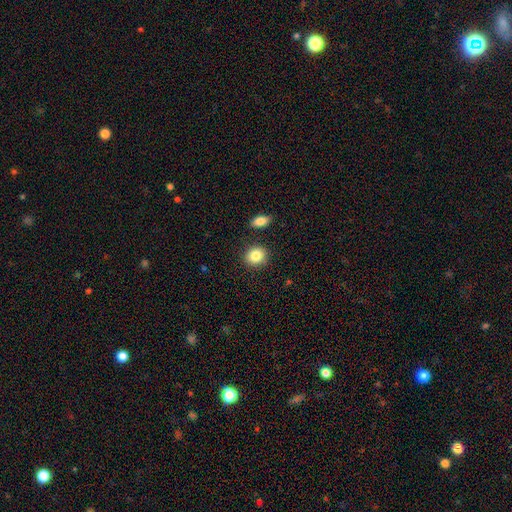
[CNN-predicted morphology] This appears to be a smooth galaxy with no disk features (85%) that is round (73%). Merging: none (85%).